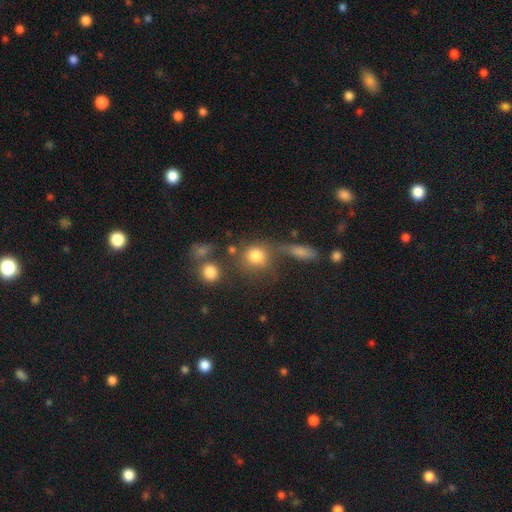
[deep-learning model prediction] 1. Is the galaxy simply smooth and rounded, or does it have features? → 79% smooth, 11% star or artifact, 10% featured or disk.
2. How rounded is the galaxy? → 80% round, 18% in between, 2% cigar-shaped.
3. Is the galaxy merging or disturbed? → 52% none, 24% merger, 14% minor disturbance, 10% major disturbance.